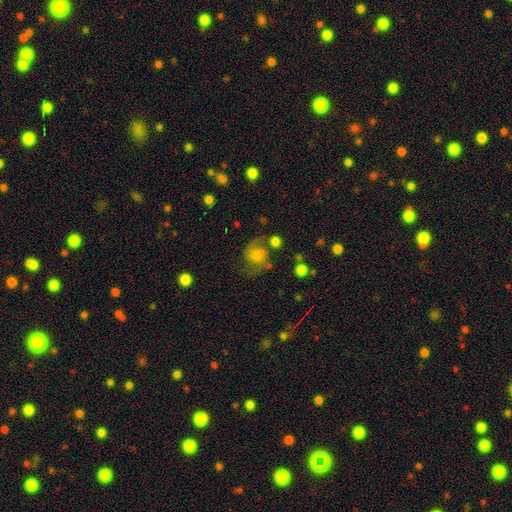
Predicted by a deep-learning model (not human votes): smooth-or-featured: featured or disk: 49% | smooth: 37% | star or artifact: 14%
  merging: none: 53% | minor disturbance: 20% | major disturbance: 17% | merger: 10%